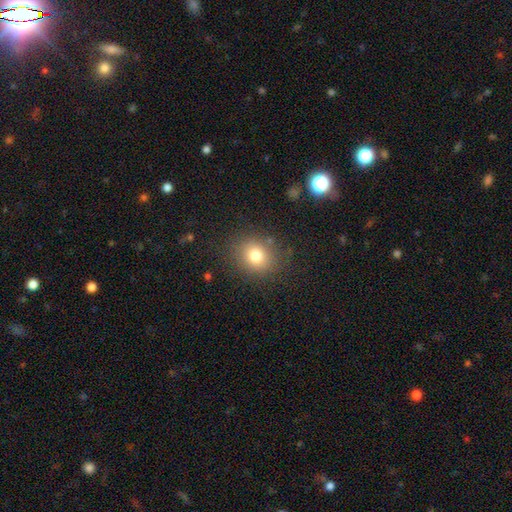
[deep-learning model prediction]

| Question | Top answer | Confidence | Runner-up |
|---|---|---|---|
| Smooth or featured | smooth | 78% | star or artifact (13%) |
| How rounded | round | 68% | in between (32%) |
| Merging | none | 83% | minor disturbance (11%) |